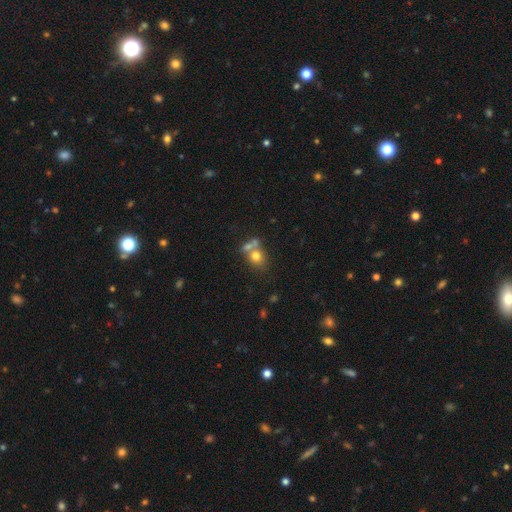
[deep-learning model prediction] This appears to be a smooth galaxy with no disk features (73%) that is round (63%). Merging: merger (48%).